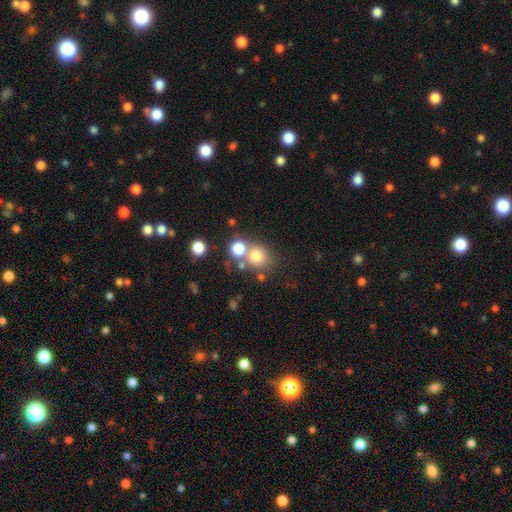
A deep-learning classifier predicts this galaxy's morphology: Smooth or featured?
  - smooth: 75% *
  - star or artifact: 15%
  - featured or disk: 10%
How rounded?
  - round: 84% *
  - in between: 15%
  - cigar-shaped: 1%
Merging?
  - none: 55% *
  - merger: 32%
  - minor disturbance: 9%
  - major disturbance: 4%